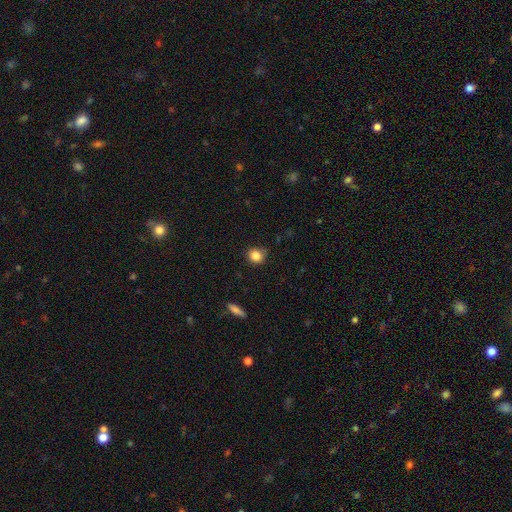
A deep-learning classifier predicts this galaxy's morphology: Smooth or featured? smooth (85%)
How rounded? round (83%)
Merging? none (81%)